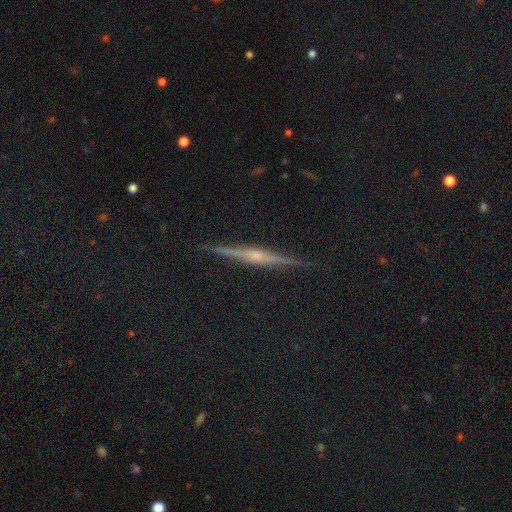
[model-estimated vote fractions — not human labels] Smooth or featured: featured or disk — 64% (star or artifact — 22%)
Edge-on disk: yes — 96% (no — 4%)
Edge-on bulge: rounded — 74% (none — 16%)
Merging: none — 91% (minor disturbance — 6%)